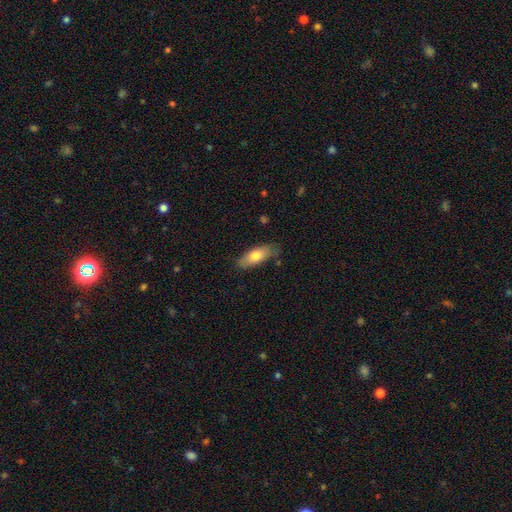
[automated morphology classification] smooth-or-featured: smooth: 74% | featured or disk: 19% | star or artifact: 6%
  how-rounded: in between: 74% | cigar-shaped: 23% | round: 2%
  merging: none: 77% | minor disturbance: 18% | major disturbance: 3% | merger: 2%